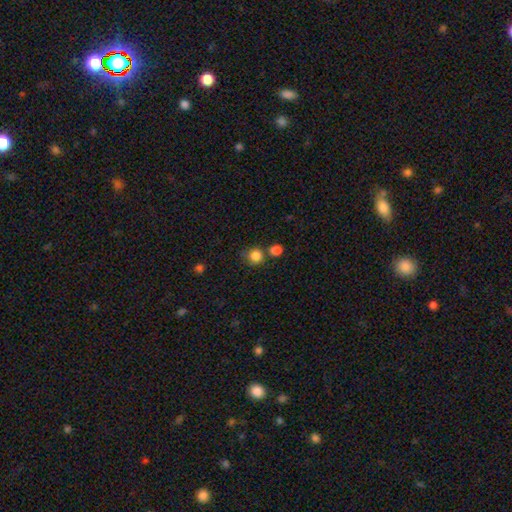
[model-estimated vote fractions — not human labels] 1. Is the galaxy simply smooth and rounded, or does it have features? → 85% smooth, 11% star or artifact, 5% featured or disk.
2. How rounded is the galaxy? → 89% round, 10% in between, 1% cigar-shaped.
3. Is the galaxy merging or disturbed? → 64% none, 20% merger, 12% minor disturbance, 4% major disturbance.